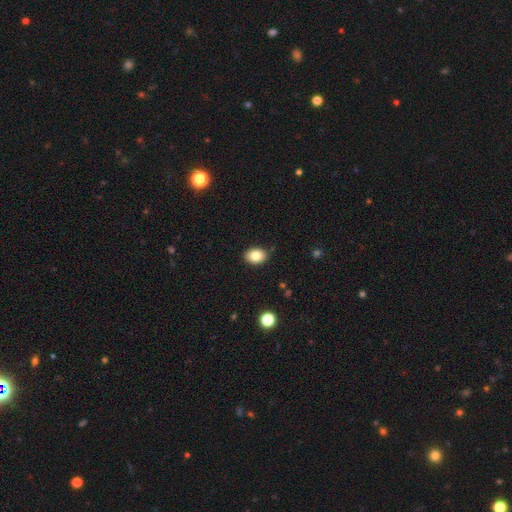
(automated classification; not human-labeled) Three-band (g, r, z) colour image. It shows a smooth galaxy with no disk features (83%) that is in between round and cigar-shaped (72%). Merging: none (86%).